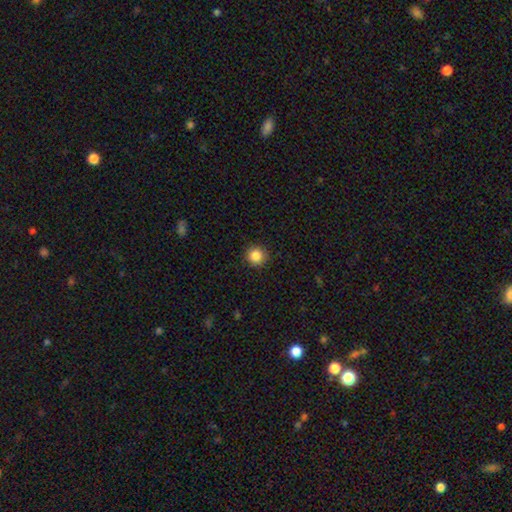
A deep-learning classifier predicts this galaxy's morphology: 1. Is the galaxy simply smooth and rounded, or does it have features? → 85% smooth, 10% star or artifact, 4% featured or disk.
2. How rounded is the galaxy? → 94% round, 5% in between, 1% cigar-shaped.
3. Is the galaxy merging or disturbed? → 91% none, 6% minor disturbance, 2% major disturbance, 1% merger.